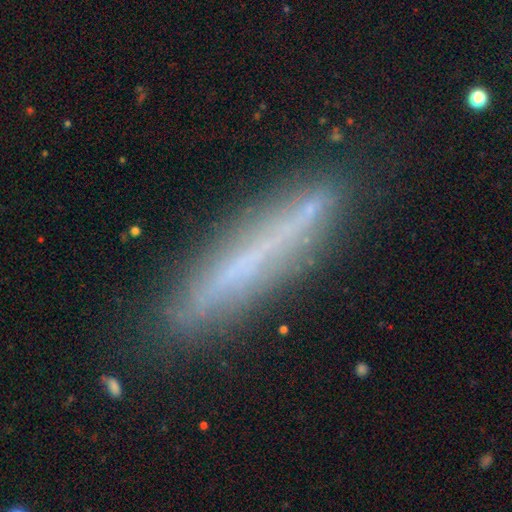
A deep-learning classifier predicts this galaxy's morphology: This appears to be a featured or disk galaxy (50%). Merging: none (83%).